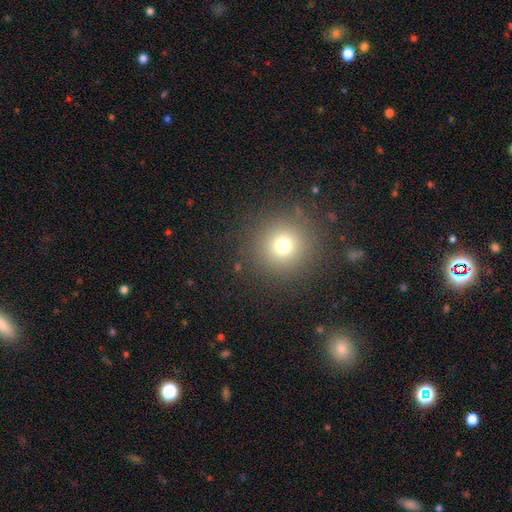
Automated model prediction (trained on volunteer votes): smooth 59%, star or artifact 32%, featured or disk 9%. Down the decision tree: how rounded — round (94%); merging — none (90%).